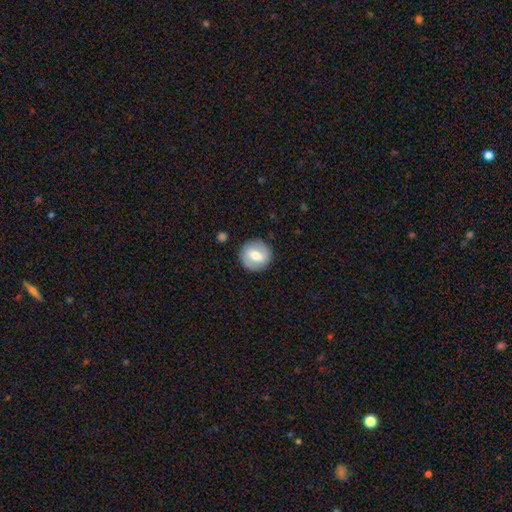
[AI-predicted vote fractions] Smooth or featured? smooth (51%)
How rounded? round (90%)
Merging? none (88%)